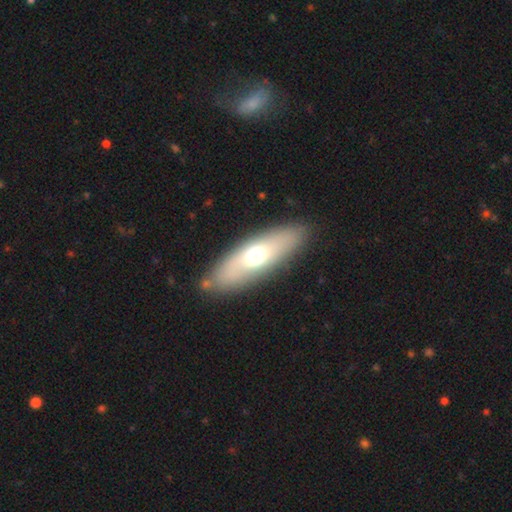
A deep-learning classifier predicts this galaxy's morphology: Smooth or featured? Predicted: smooth (p=0.58). How rounded? Predicted: in between (p=0.52). Merging? Predicted: none (p=0.85).